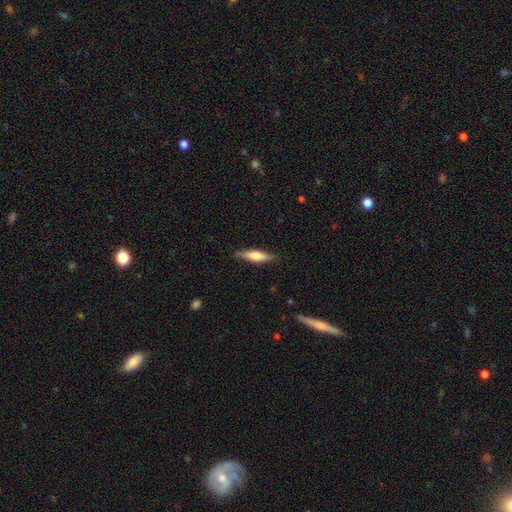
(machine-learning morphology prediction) Overall: smooth (59%; featured or disk 35%). How rounded: cigar-shaped (70%). Merging: none (82%).